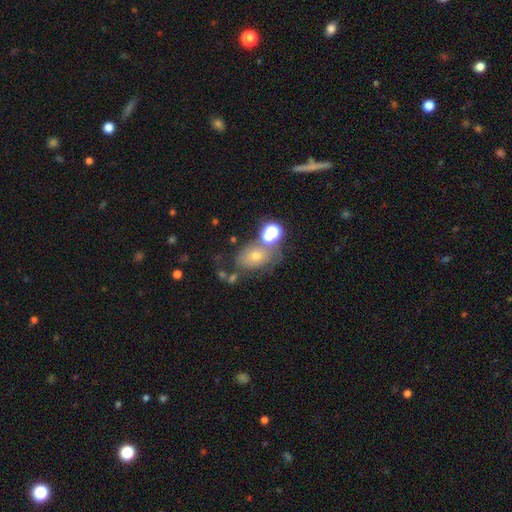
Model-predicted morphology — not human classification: smooth 47%, featured or disk 32%, star or artifact 21%. Down the decision tree: merging — none (51%).